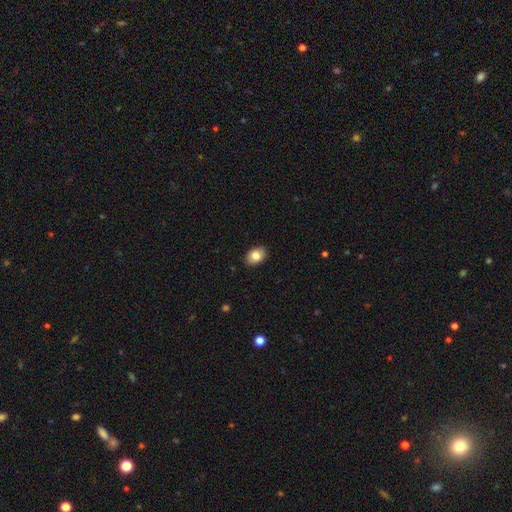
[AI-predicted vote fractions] smooth 83%, featured or disk 9%, star or artifact 8%. Down the decision tree: how rounded — in between (80%); merging — none (89%).